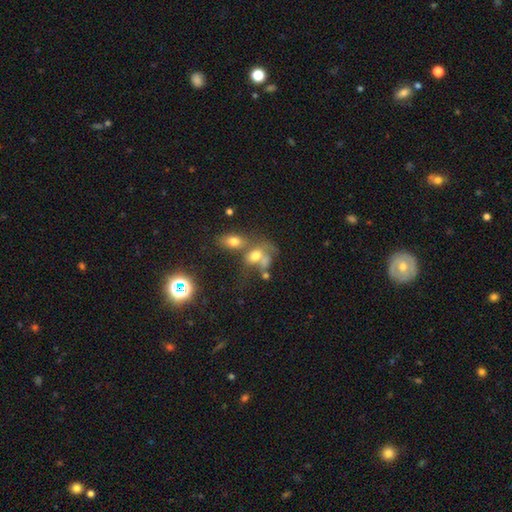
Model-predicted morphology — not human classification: Overall: smooth (39%; star or artifact 31%). Merging: merger (49%; none 33%).